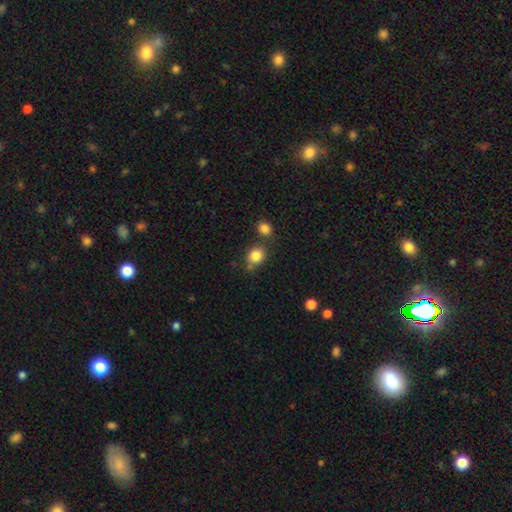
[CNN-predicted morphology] Overall: smooth (84%). How rounded: round (75%). Merging: none (66%).